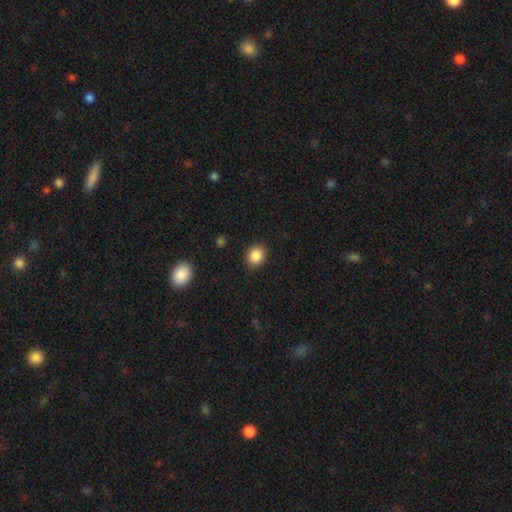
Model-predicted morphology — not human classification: This appears to be a smooth galaxy with no disk features (87%) that is round (66%). Merging: none (88%).